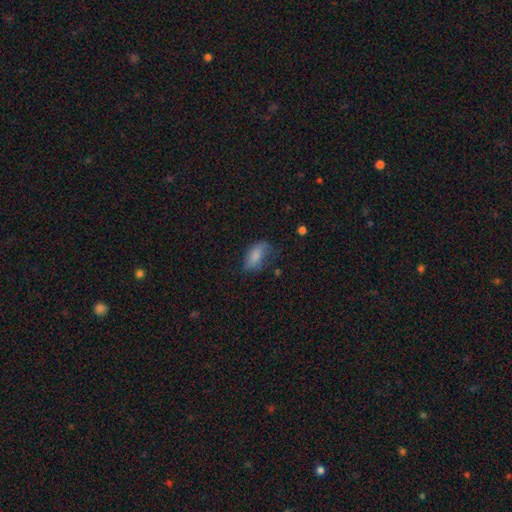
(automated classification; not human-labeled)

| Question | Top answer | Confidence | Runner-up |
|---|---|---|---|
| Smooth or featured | smooth | 74% | featured or disk (17%) |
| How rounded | in between | 87% | cigar-shaped (8%) |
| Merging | none | 44% | minor disturbance (34%) |